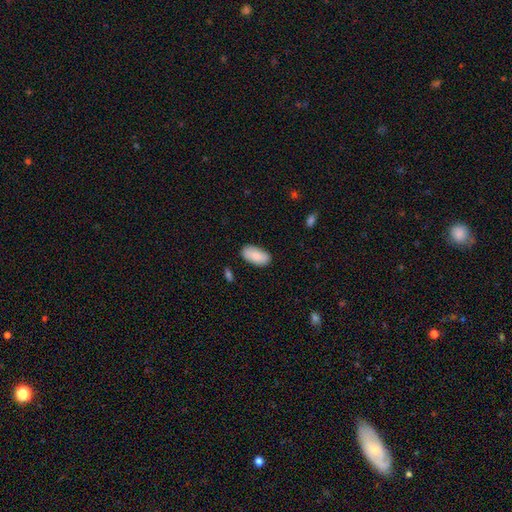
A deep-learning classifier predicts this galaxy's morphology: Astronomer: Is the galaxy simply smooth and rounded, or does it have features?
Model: smooth — 85%.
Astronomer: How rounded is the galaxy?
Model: in between — 94%.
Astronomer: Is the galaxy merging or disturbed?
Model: none — 84%.